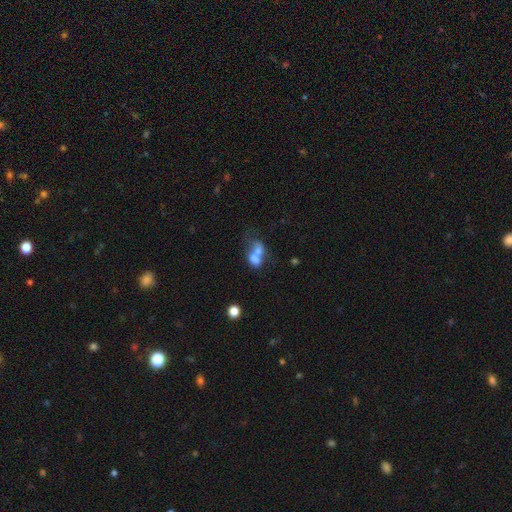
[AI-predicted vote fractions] A smooth galaxy with no disk features (64%) that is in between round and cigar-shaped (67%).

Vote fractions:
- Smooth or featured? smooth: 64% / featured or disk: 25% / star or artifact: 11%
- How rounded? in between: 67% / round: 30% / cigar-shaped: 3%
- Merging? merger: 72% / none: 14% / major disturbance: 8% / minor disturbance: 6%